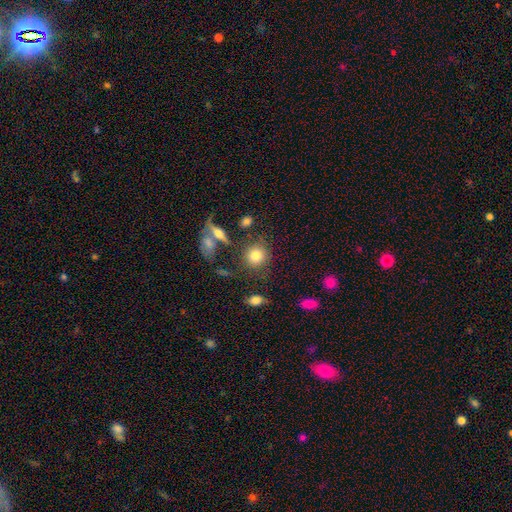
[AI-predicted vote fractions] Smooth or featured? Predicted: smooth (p=0.77). How rounded? Predicted: round (p=0.86). Merging? Predicted: none (p=0.74).